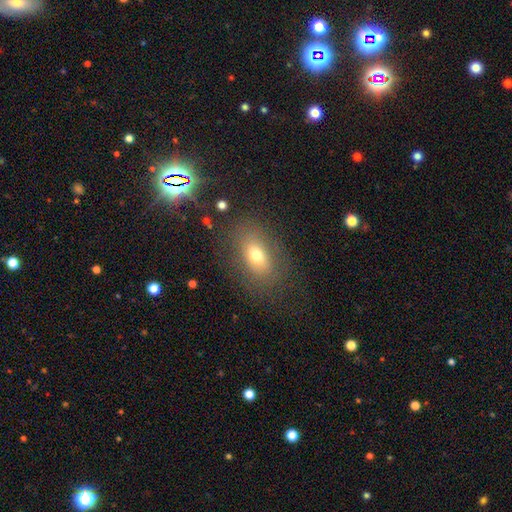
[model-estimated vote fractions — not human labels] Smooth or featured? smooth (70%)
How rounded? in between (79%)
Merging? none (79%)